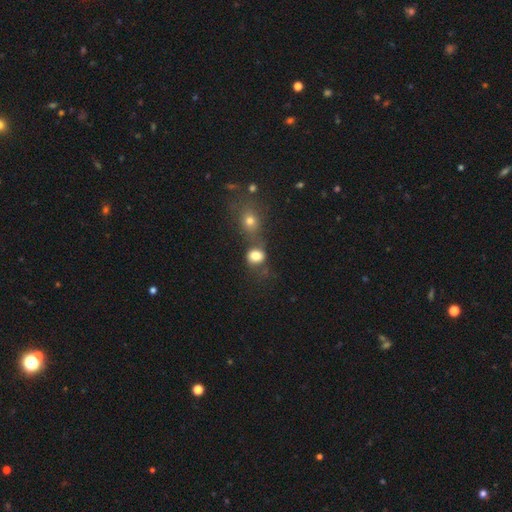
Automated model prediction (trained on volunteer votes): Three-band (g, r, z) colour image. It shows a smooth galaxy with no disk features (79%) that is round (60%). Merging: none (40%).